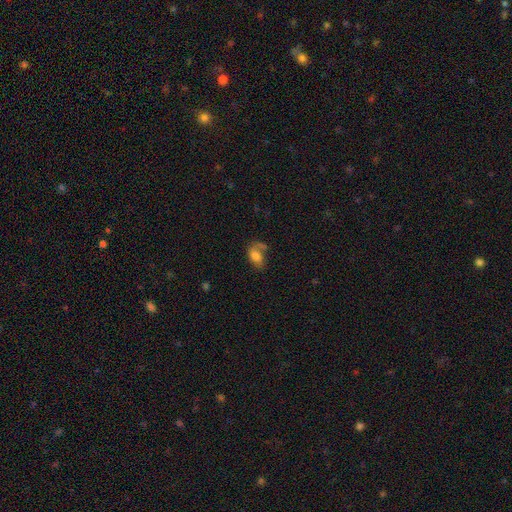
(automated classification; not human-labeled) This appears to be a smooth galaxy with no disk features (66%) that is in between round and cigar-shaped (86%). Merging: none (36%).